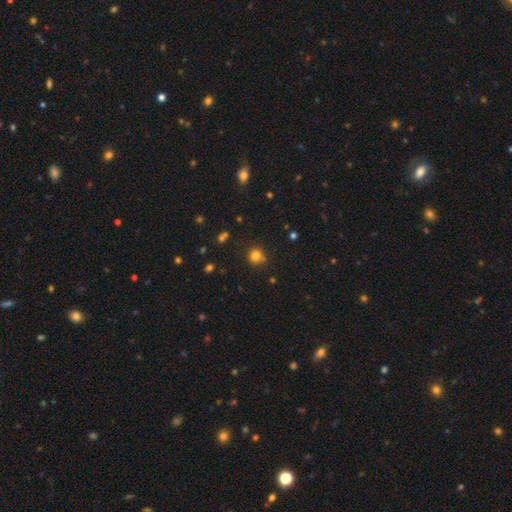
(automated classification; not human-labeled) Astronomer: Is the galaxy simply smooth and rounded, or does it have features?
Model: smooth — 79%.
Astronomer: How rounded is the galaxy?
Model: round — 89%.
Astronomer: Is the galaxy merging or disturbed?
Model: none — 77%.